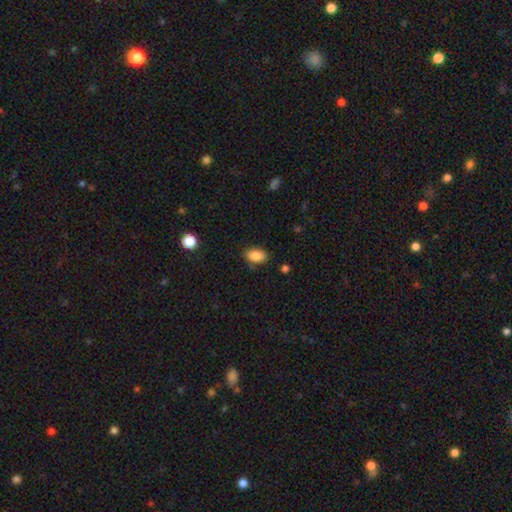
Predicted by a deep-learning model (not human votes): Overall: smooth (87%). How rounded: in between (89%). Merging: none (80%).